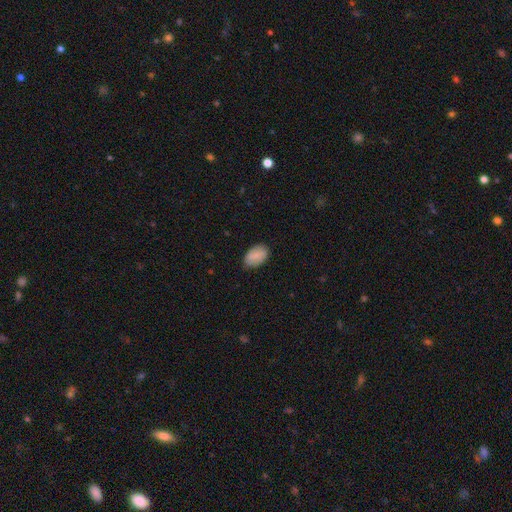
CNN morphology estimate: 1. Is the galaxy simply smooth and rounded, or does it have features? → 84% smooth, 9% featured or disk, 7% star or artifact.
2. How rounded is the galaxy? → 92% in between, 6% round, 1% cigar-shaped.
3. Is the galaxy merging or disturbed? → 82% none, 14% minor disturbance, 3% major disturbance, 1% merger.